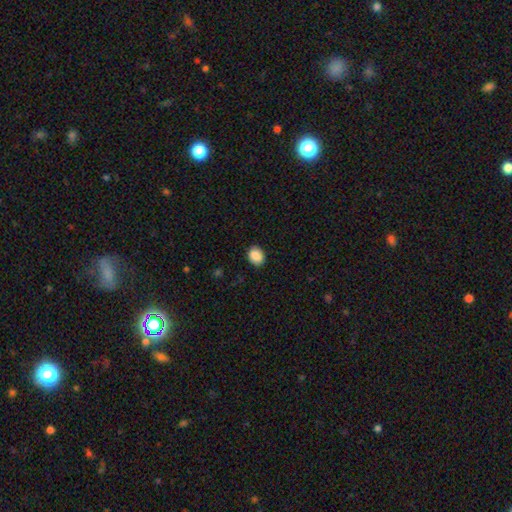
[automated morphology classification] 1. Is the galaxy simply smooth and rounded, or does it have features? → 88% smooth, 8% star or artifact, 4% featured or disk.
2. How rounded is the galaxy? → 57% in between, 42% round, 1% cigar-shaped.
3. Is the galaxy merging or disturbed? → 88% none, 9% minor disturbance, 2% major disturbance, 1% merger.